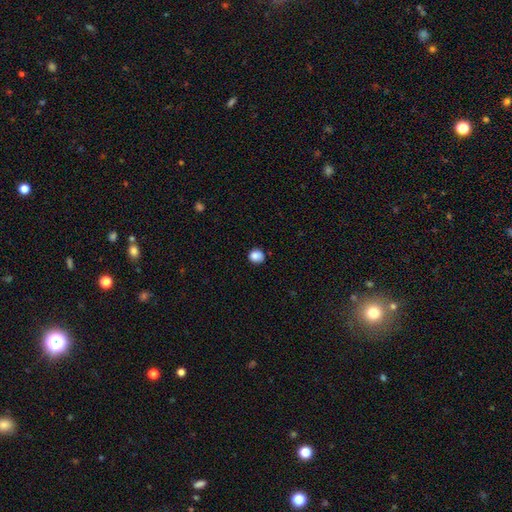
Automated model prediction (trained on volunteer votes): The model was most divided on "how rounded": round: 81%, in between: 18%, cigar-shaped: 1%. More confident: smooth or featured — smooth (86%); merging — none (83%).